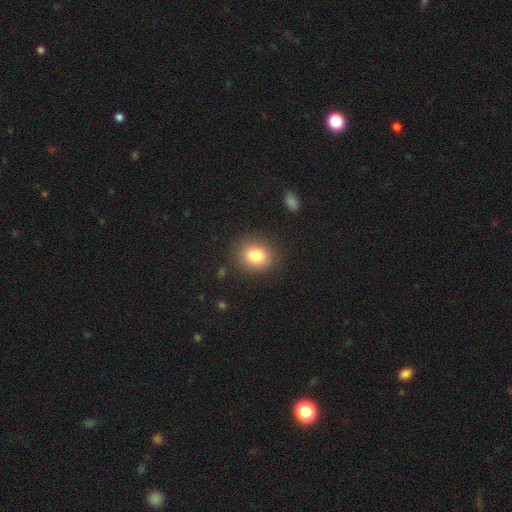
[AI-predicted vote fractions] Morphology: type=smooth (83%); roundness=round (65%); merging=none (87%).